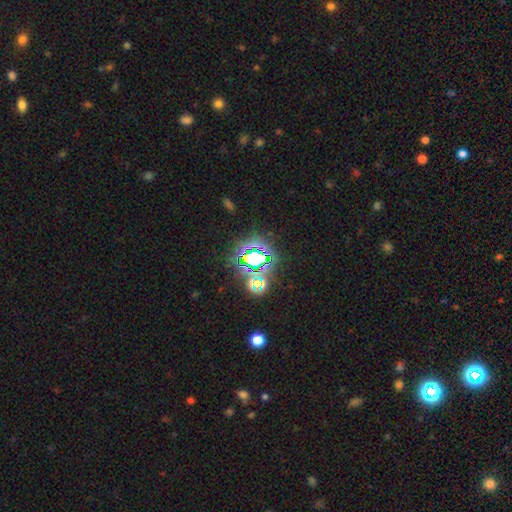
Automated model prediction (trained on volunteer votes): Morphology: type=star or artifact (74%).